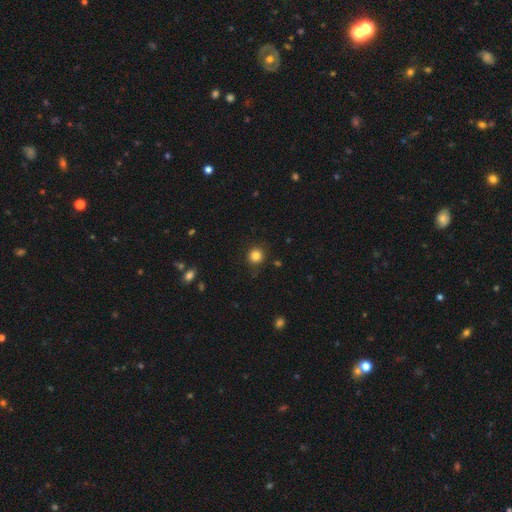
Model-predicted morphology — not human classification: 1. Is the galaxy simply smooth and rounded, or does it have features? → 84% smooth, 12% star or artifact, 4% featured or disk.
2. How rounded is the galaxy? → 92% round, 7% in between, 1% cigar-shaped.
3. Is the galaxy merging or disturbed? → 87% none, 9% minor disturbance, 3% major disturbance, 1% merger.